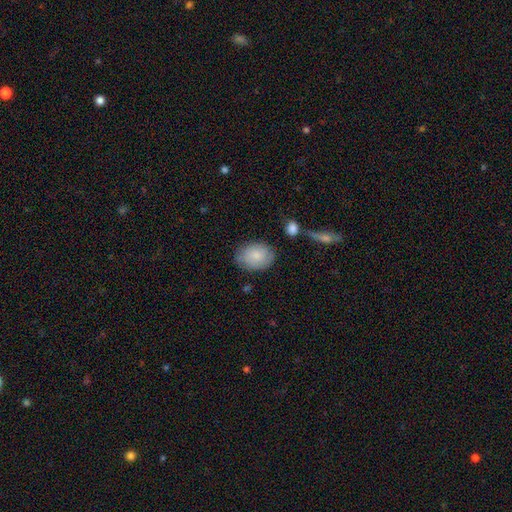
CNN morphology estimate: type=smooth (82%); roundness=in between (69%); merging=none (74%).